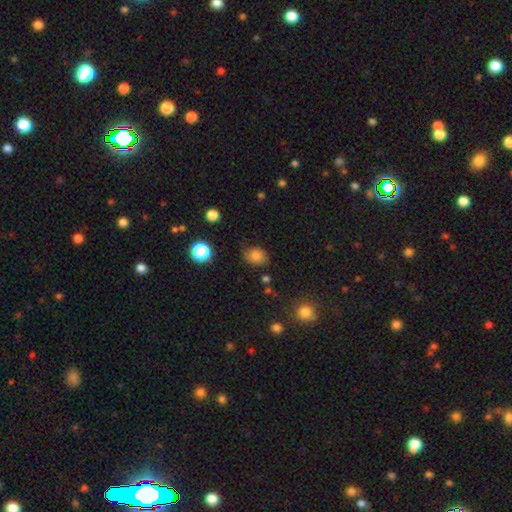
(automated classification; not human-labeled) Morphology: type=smooth (76%); roundness=in between (55%); merging=none (68%).